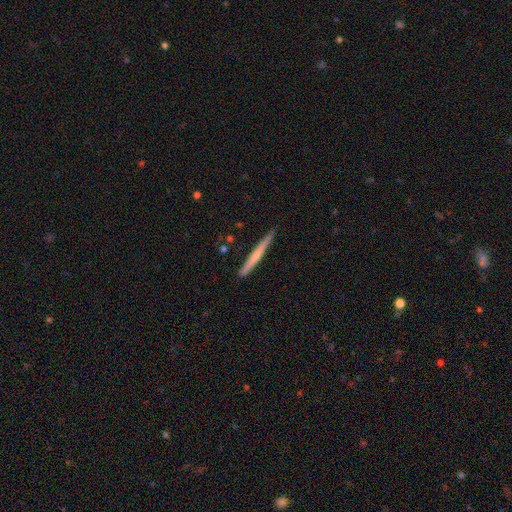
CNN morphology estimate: Smooth or featured?
  - smooth: 50% *
  - featured or disk: 45%
  - star or artifact: 5%
Merging?
  - none: 88% *
  - minor disturbance: 9%
  - merger: 2%
  - major disturbance: 1%